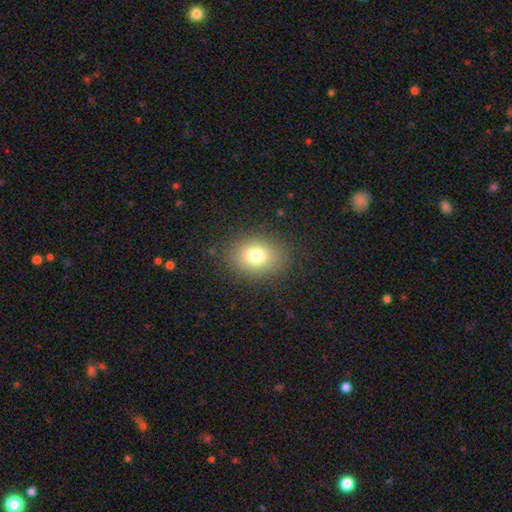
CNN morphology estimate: Smooth or featured?
  - smooth: 77% *
  - star or artifact: 12%
  - featured or disk: 11%
How rounded?
  - in between: 58% *
  - round: 41%
  - cigar-shaped: 1%
Merging?
  - none: 85% *
  - minor disturbance: 10%
  - major disturbance: 4%
  - merger: 1%